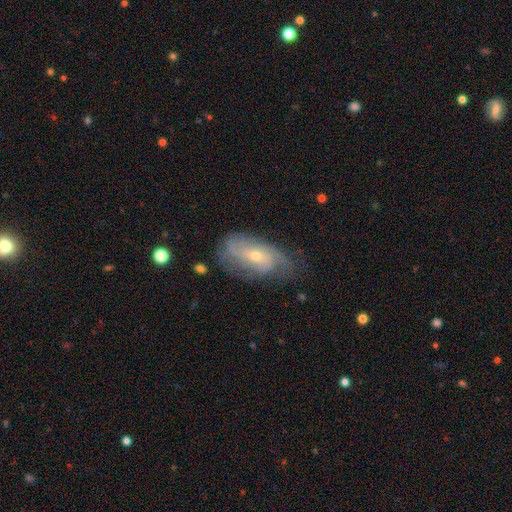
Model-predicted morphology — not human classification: smooth-or-featured: featured or disk: 73% | smooth: 19% | star or artifact: 7%
  disk-edge-on: no: 93% | yes: 7%
    bar: no: 68% | weak: 26% | strong: 6%
    has-spiral-arms: yes: 89% | no: 11%
      spiral-winding: tight: 44% | medium: 38% | loose: 18%
      spiral-arm-count: can't tell: 40% | 2: 27% | 3: 17% | 4: 7% | 1: 5% | more than 4: 4%
    bulge-size: small: 65% | moderate: 32% | large: 1% | none: 1% | dominant: 1%
  merging: none: 63% | minor disturbance: 25% | major disturbance: 10% | merger: 2%